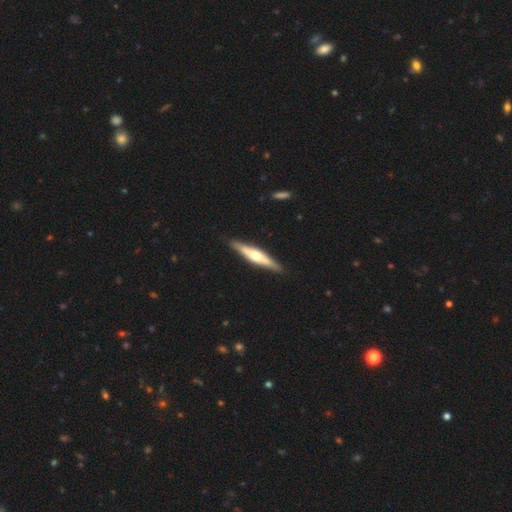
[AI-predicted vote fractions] Morphology: type=featured or disk (65%); edge-on=yes (95%); edge-on bulge=rounded (87%); merging=none (90%).